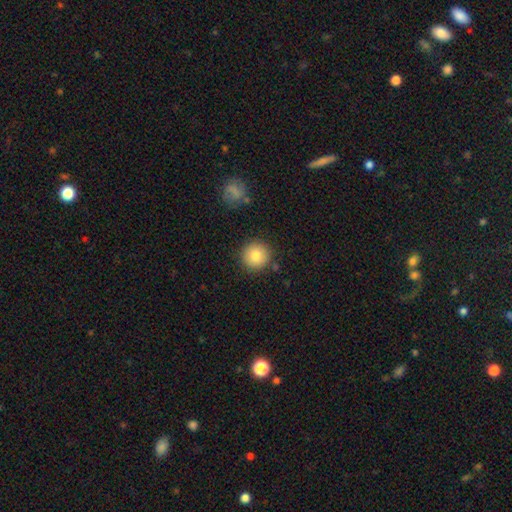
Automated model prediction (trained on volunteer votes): smooth 83%, star or artifact 9%, featured or disk 9%. Down the decision tree: how rounded — round (95%); merging — none (87%).